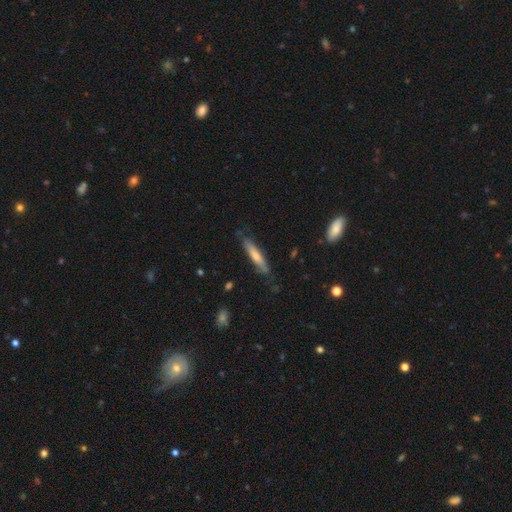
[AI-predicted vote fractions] A smooth galaxy with no disk features (63%) that is cigar-shaped (86%). Merging: none (72%).